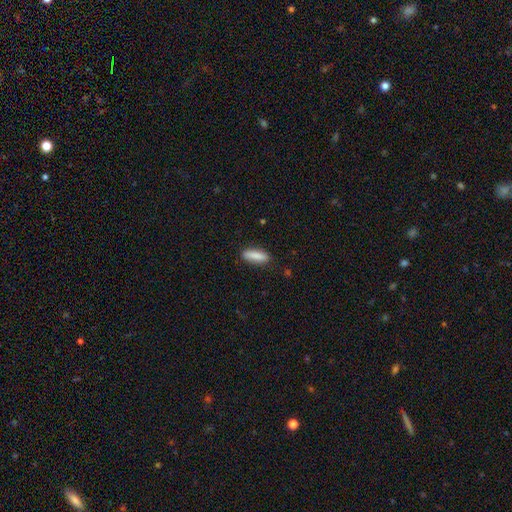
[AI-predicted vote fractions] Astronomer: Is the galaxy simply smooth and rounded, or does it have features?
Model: smooth — 86%.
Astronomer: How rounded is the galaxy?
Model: cigar-shaped — 53% (runner-up: in between, 45%).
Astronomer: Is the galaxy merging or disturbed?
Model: none — 85%.